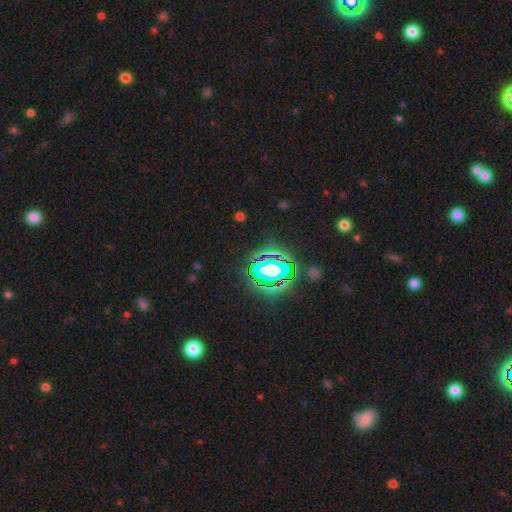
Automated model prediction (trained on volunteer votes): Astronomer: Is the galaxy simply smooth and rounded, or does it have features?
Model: star or artifact — 81%.